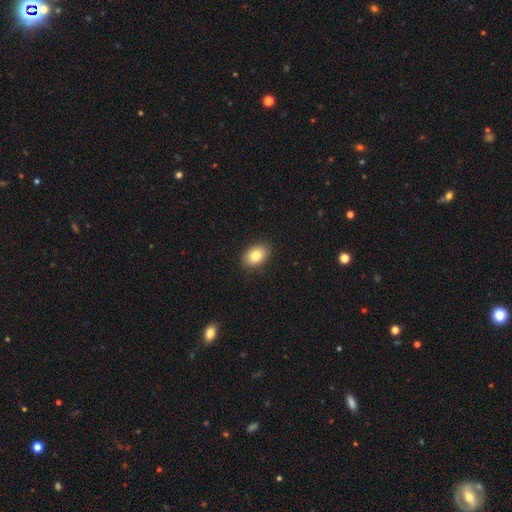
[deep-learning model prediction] Smooth or featured? Predicted: smooth (p=0.83). How rounded? Predicted: in between (p=0.81). Merging? Predicted: none (p=0.88).